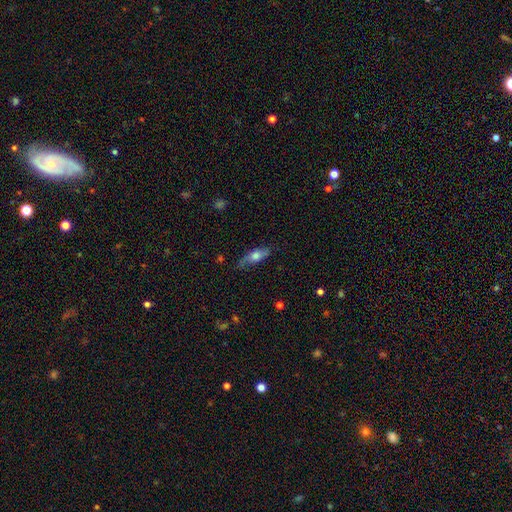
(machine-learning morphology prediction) This is possibly a smooth galaxy (56%). How rounded: possibly in between (58%). Merging: likely none (71%).